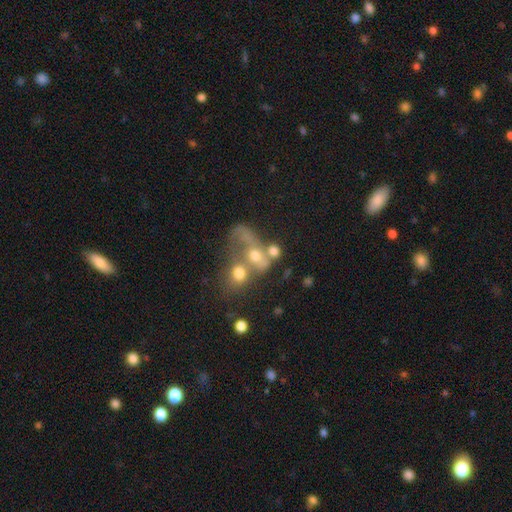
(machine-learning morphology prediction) Smooth or featured? smooth (51%)
How rounded? in between (53%)
Merging? merger (65%)